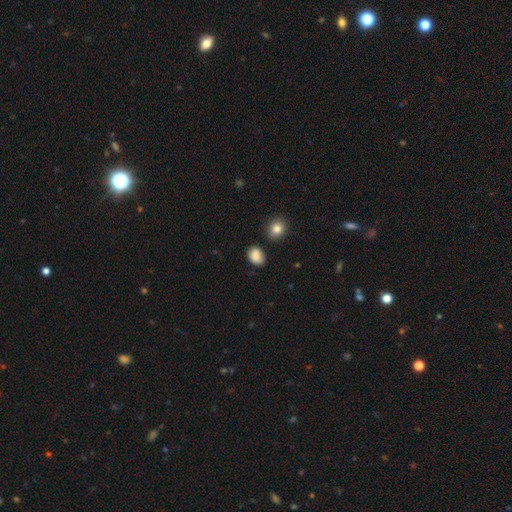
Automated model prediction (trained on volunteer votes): This appears to be a smooth galaxy with no disk features (87%) that is in between round and cigar-shaped (68%). Merging: none (74%).